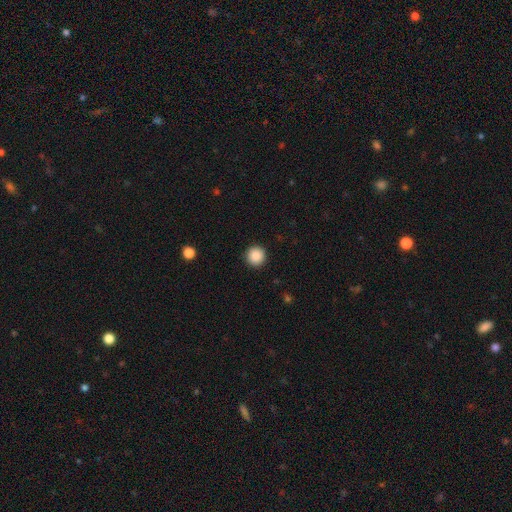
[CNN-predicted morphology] Smooth or featured: smooth — 89% (star or artifact — 9%)
How rounded: round — 95% (in between — 4%)
Merging: none — 93% (minor disturbance — 5%)